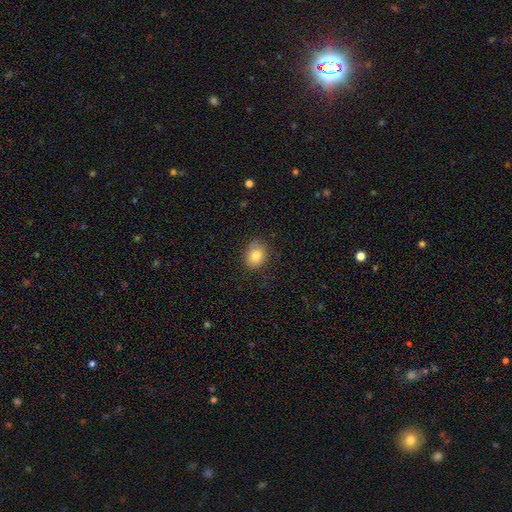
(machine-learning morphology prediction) type=smooth (81%); roundness=round (51%); merging=none (80%).